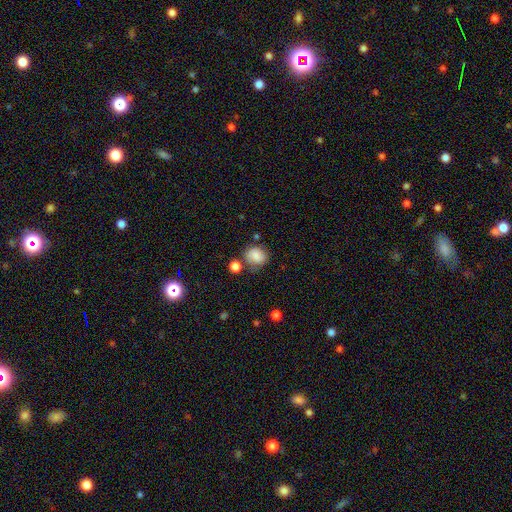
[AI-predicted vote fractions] Overall: smooth (78%). How rounded: round (75%). Merging: none (57%; minor disturbance 22%).